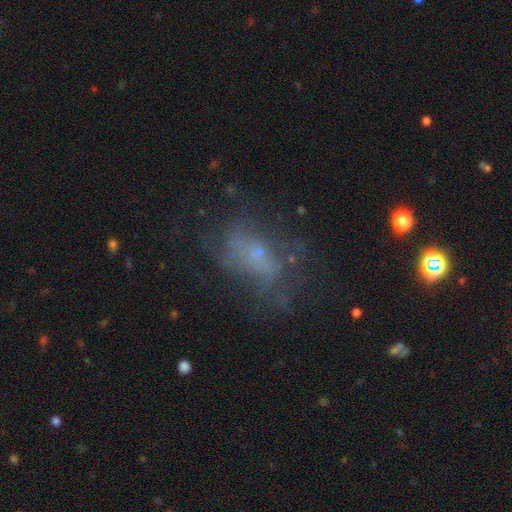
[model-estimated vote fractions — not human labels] Morphology: type=featured or disk (40%); merging=none (51%).